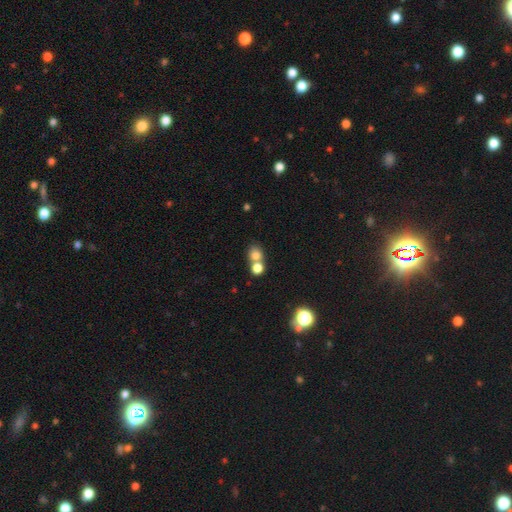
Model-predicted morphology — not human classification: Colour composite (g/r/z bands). It shows a smooth galaxy with no disk features (76%) that is round (70%). Merging: merger (46%).